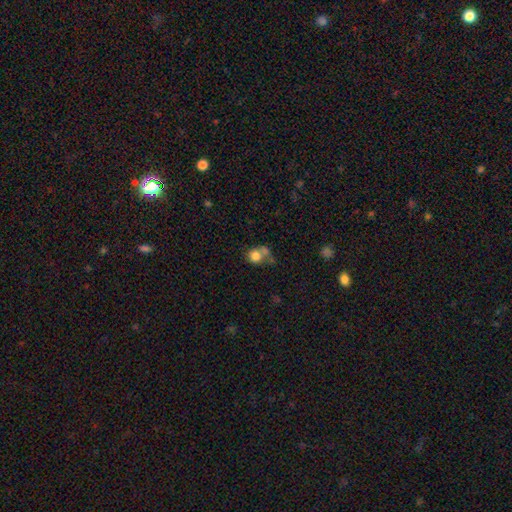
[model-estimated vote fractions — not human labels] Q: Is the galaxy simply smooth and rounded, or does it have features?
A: smooth — 79%.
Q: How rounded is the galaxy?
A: round — 82%.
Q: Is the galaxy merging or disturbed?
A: none — 40%.